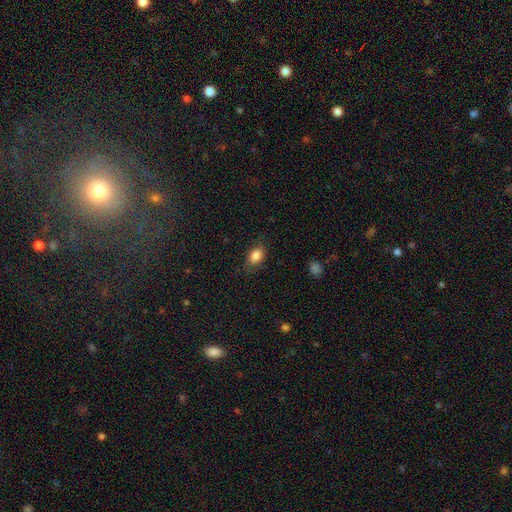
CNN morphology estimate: smooth 86%, star or artifact 9%, featured or disk 6%. Down the decision tree: how rounded — in between (79%); merging — none (80%).